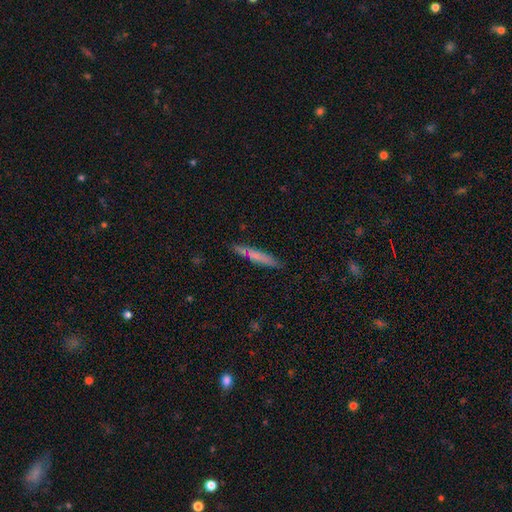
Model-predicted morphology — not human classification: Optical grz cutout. It shows a smooth galaxy with no disk features (65%) that is cigar-shaped (93%). Merging: none (80%).